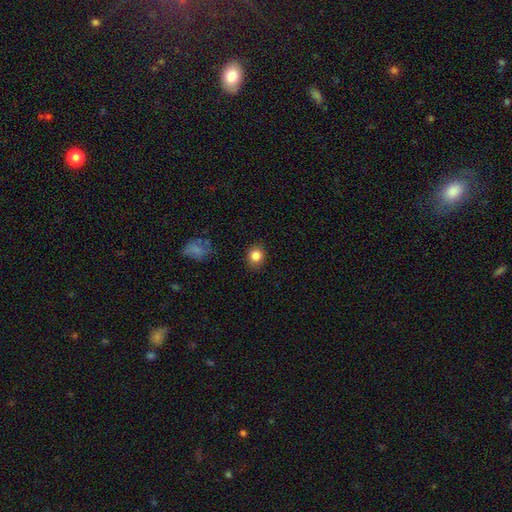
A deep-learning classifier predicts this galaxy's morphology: type=smooth (84%); roundness=round (77%); merging=none (88%).